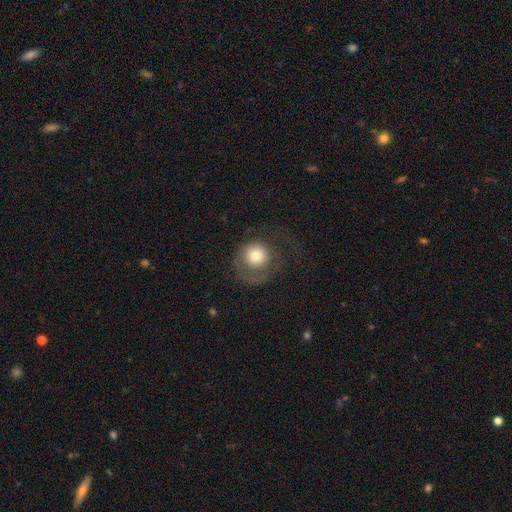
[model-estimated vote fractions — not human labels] Smooth or featured? Predicted: smooth (p=0.68). How rounded? Predicted: round (p=0.89). Merging? Predicted: none (p=0.44).